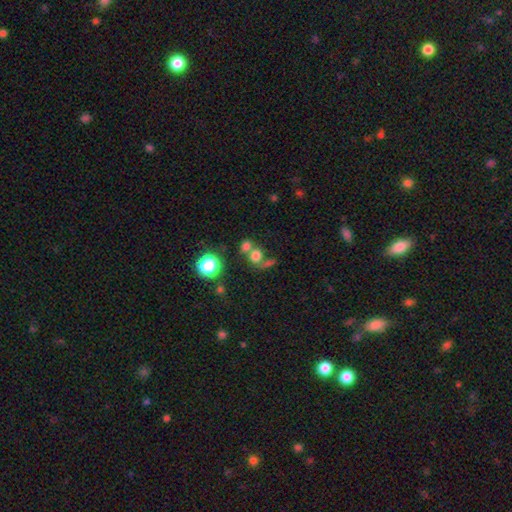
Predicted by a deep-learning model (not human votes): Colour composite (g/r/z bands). It shows a smooth galaxy with no disk features (69%) that is round (73%). Merging: merger (48%).